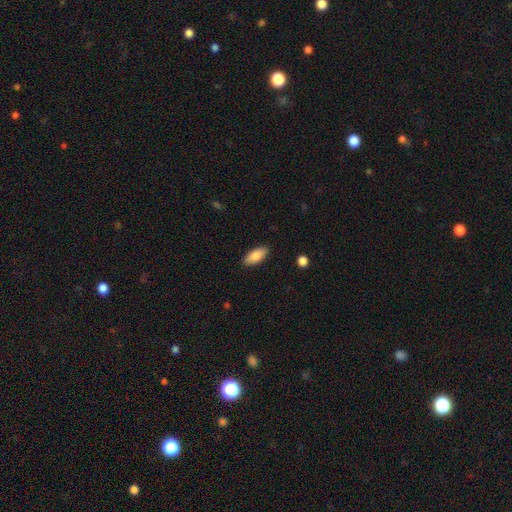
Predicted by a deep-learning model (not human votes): A smooth galaxy with no disk features (85%) that is in between round and cigar-shaped (87%). Merging: none (88%).